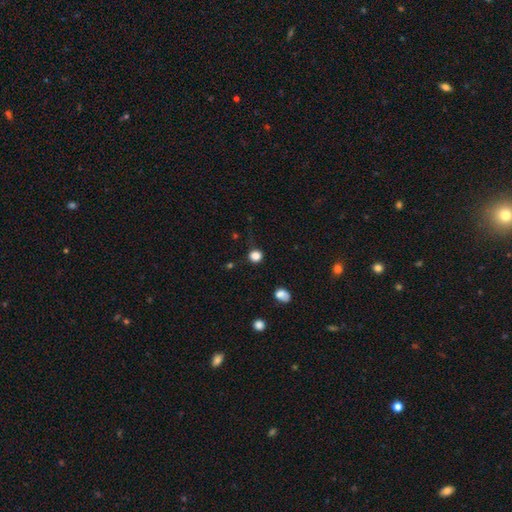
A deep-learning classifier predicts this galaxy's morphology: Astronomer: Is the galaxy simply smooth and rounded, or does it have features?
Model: smooth — 82%.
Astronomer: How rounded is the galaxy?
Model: round — 91%.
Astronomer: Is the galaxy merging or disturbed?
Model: none — 83%.